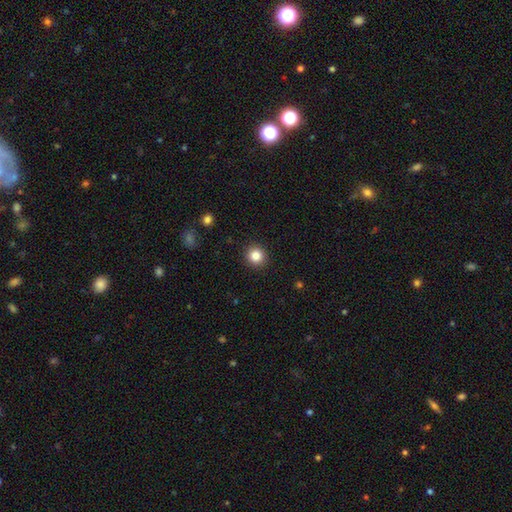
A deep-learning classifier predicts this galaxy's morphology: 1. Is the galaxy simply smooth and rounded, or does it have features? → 84% smooth, 11% star or artifact, 5% featured or disk.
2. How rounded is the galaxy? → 93% round, 6% in between, 1% cigar-shaped.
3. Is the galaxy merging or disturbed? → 92% none, 5% minor disturbance, 2% major disturbance, 1% merger.